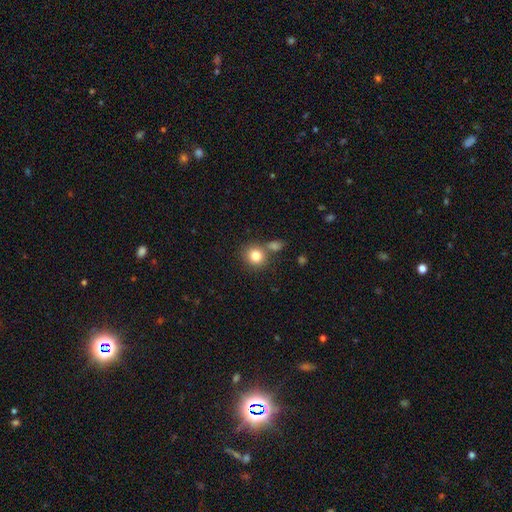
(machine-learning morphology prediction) Smooth or featured?
  - smooth: 82% *
  - star or artifact: 10%
  - featured or disk: 8%
How rounded?
  - round: 83% *
  - in between: 16%
  - cigar-shaped: 1%
Merging?
  - none: 63% *
  - merger: 24%
  - minor disturbance: 10%
  - major disturbance: 3%